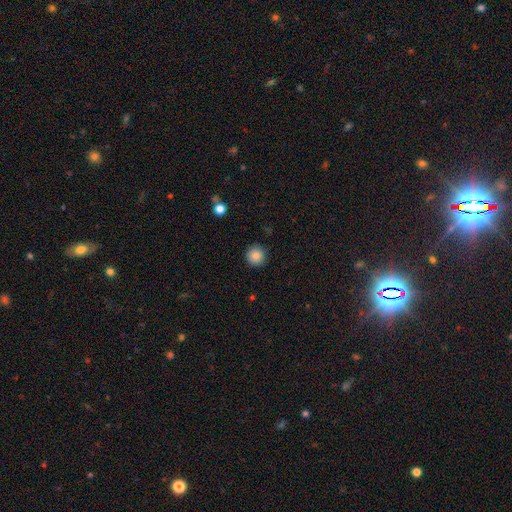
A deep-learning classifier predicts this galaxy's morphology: smooth-or-featured: smooth: 87% | star or artifact: 9% | featured or disk: 4%
  how-rounded: round: 95% | in between: 4% | cigar-shaped: 1%
  merging: none: 91% | minor disturbance: 6% | major disturbance: 2% | merger: 1%